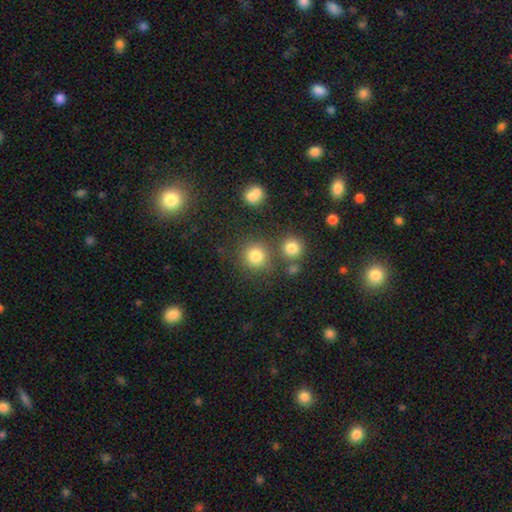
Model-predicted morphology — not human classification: Smooth or featured? Predicted: smooth (p=0.80). How rounded? Predicted: round (p=0.90). Merging? Predicted: none (p=0.74).